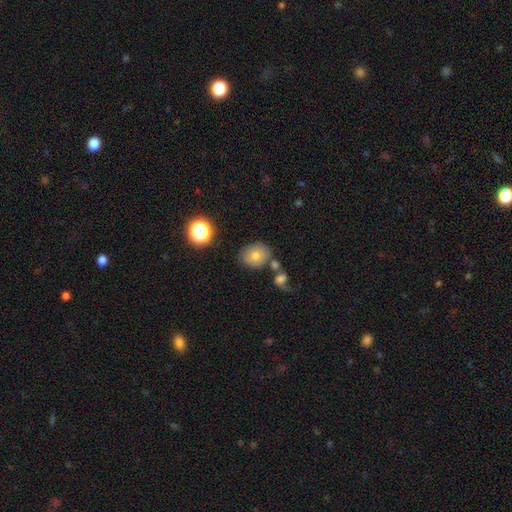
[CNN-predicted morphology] smooth-or-featured: smooth: 72% | featured or disk: 15% | star or artifact: 13%
  how-rounded: round: 65% | in between: 34% | cigar-shaped: 1%
  merging: none: 69% | minor disturbance: 14% | merger: 12% | major disturbance: 5%